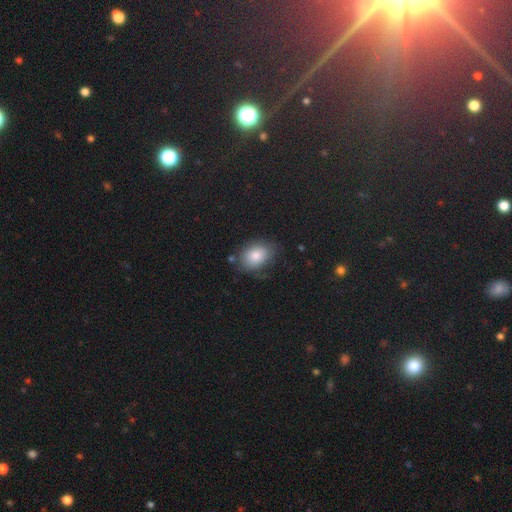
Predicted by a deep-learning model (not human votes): Smooth or featured?
  - smooth: 81% *
  - featured or disk: 10%
  - star or artifact: 9%
How rounded?
  - in between: 77% *
  - round: 22%
  - cigar-shaped: 1%
Merging?
  - none: 69% *
  - minor disturbance: 22%
  - major disturbance: 6%
  - merger: 3%